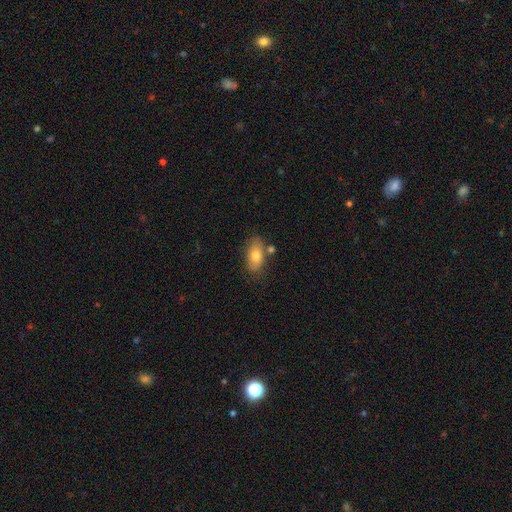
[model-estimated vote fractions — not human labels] smooth-or-featured: smooth: 73% | featured or disk: 19% | star or artifact: 8%
  how-rounded: in between: 88% | cigar-shaped: 7% | round: 5%
  merging: none: 73% | minor disturbance: 15% | merger: 8% | major disturbance: 3%